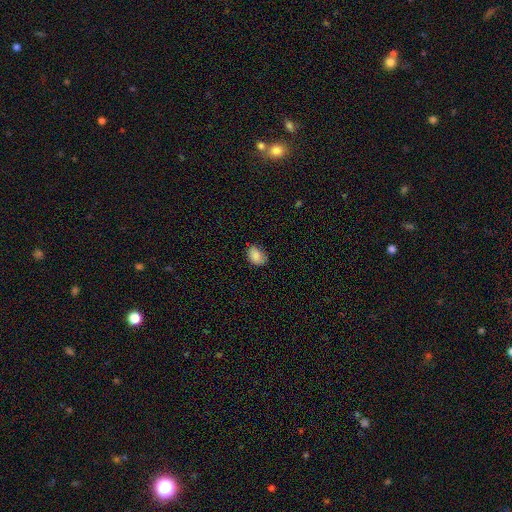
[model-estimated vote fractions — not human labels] Smooth or featured: smooth — 86% (star or artifact — 8%)
How rounded: in between — 73% (round — 26%)
Merging: none — 71% (minor disturbance — 23%)